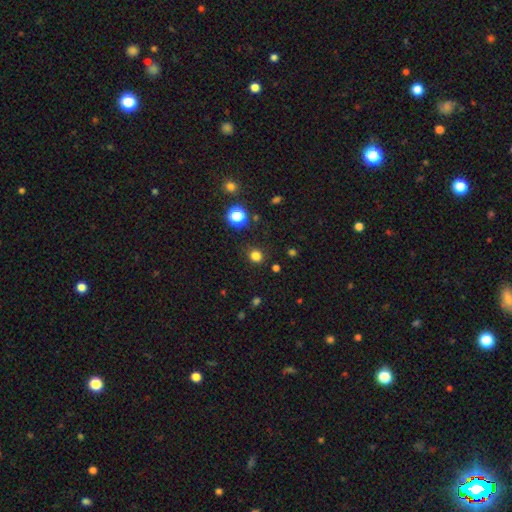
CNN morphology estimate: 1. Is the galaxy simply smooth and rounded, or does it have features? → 80% smooth, 16% star or artifact, 4% featured or disk.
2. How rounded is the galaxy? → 81% round, 18% in between, 1% cigar-shaped.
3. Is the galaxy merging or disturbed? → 87% none, 9% minor disturbance, 3% major disturbance, 2% merger.